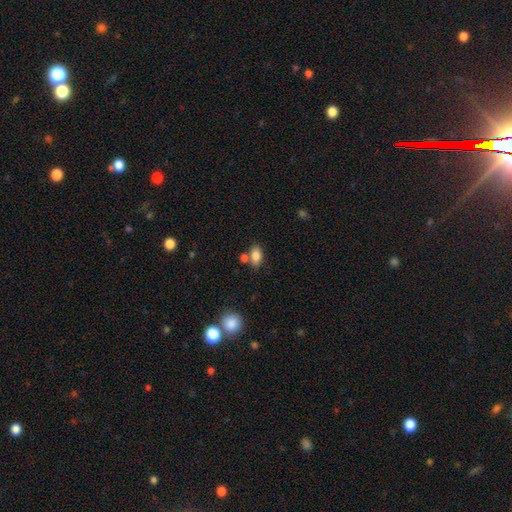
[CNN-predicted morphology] The model was most divided on "merging": none: 64%, merger: 20%, minor disturbance: 12%, major disturbance: 4%. More confident: how rounded — in between (89%); smooth or featured — smooth (84%).